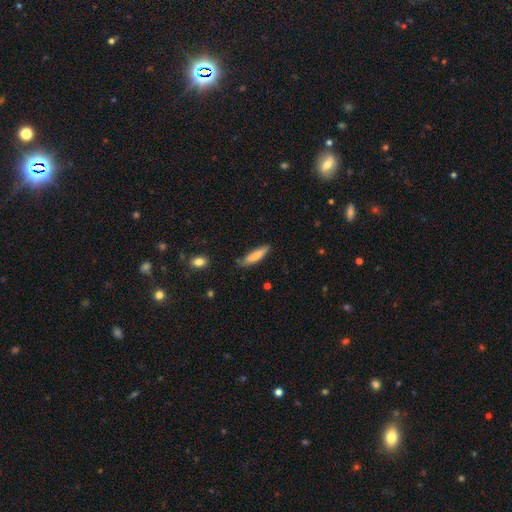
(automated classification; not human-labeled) Q: Smooth or featured?
A: smooth (79%); runner-up: featured or disk (14%)
Q: How rounded?
A: cigar-shaped (75%); runner-up: in between (23%)
Q: Merging?
A: none (74%); runner-up: minor disturbance (21%)